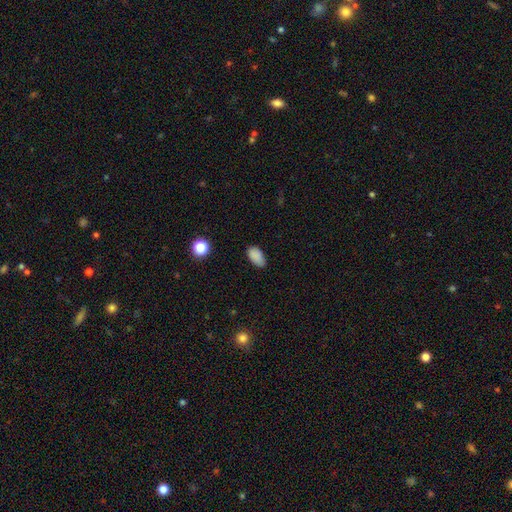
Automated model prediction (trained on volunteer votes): This appears to be a smooth galaxy with no disk features (86%) that is in between round and cigar-shaped (93%). Merging: none (79%).